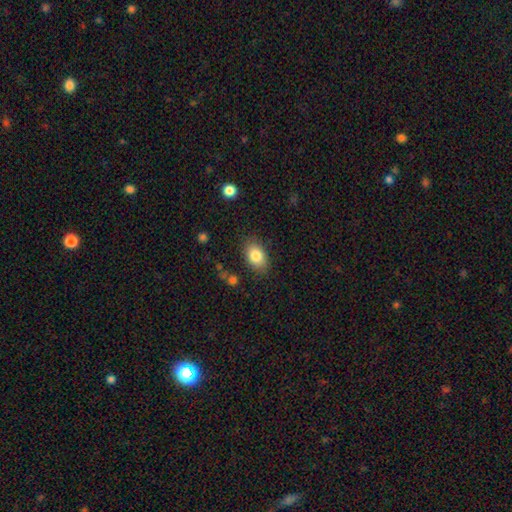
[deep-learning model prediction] Smooth or featured?
  - smooth: 84% *
  - featured or disk: 9%
  - star or artifact: 8%
How rounded?
  - in between: 85% *
  - round: 14%
  - cigar-shaped: 1%
Merging?
  - none: 83% *
  - minor disturbance: 12%
  - major disturbance: 3%
  - merger: 2%